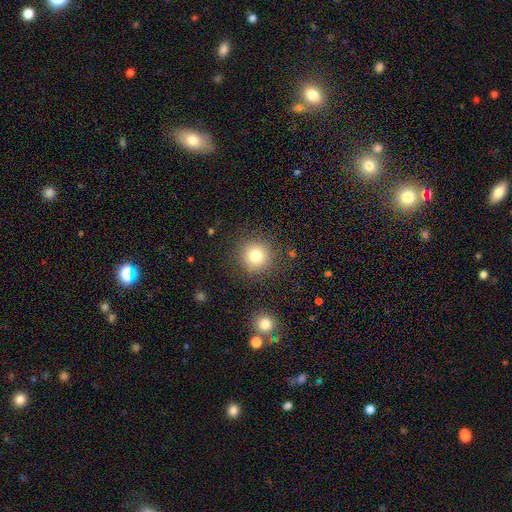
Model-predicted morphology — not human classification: smooth-or-featured: smooth: 78% | star or artifact: 13% | featured or disk: 9%
  how-rounded: round: 95% | in between: 5% | cigar-shaped: 1%
  merging: none: 88% | minor disturbance: 7% | major disturbance: 3% | merger: 2%